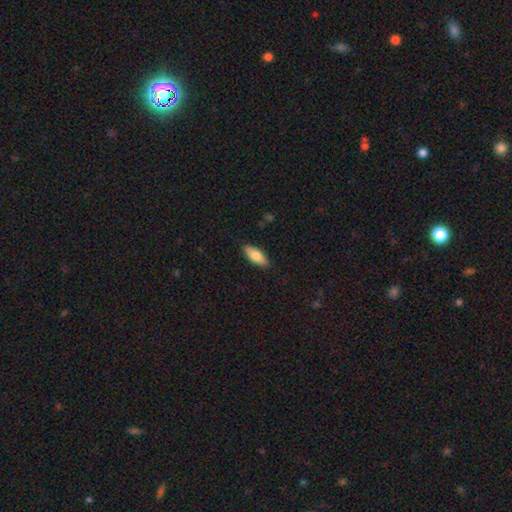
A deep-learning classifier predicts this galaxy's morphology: Smooth or featured?
  - smooth: 78% *
  - featured or disk: 16%
  - star or artifact: 6%
How rounded?
  - in between: 79% *
  - cigar-shaped: 18%
  - round: 2%
Merging?
  - none: 88% *
  - minor disturbance: 9%
  - major disturbance: 2%
  - merger: 1%